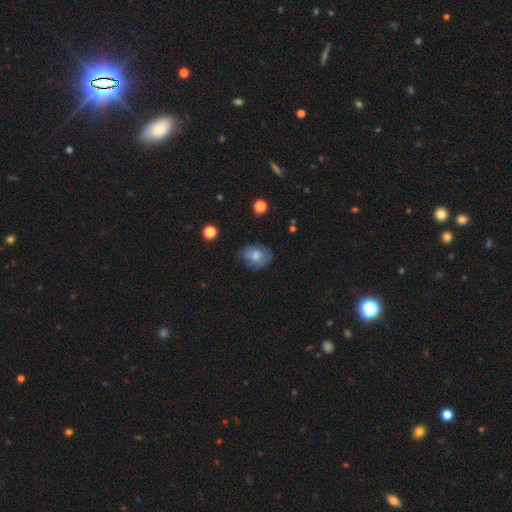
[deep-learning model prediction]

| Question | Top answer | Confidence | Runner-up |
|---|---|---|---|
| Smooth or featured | smooth | 70% | featured or disk (21%) |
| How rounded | in between | 63% | round (36%) |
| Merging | none | 68% | minor disturbance (23%) |